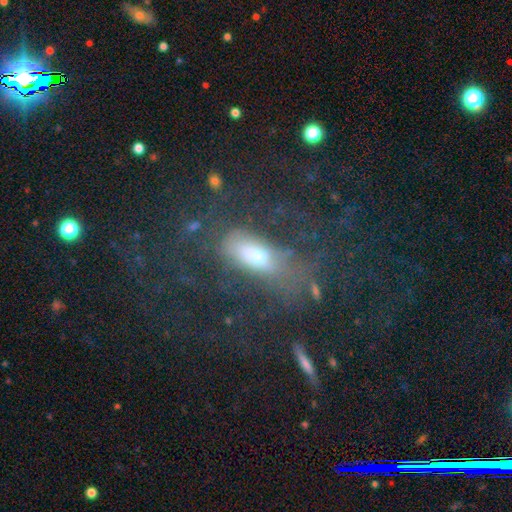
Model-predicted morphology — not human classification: Q: Smooth or featured?
A: featured or disk (46%); runner-up: smooth (34%)
Q: Merging?
A: none (52%); runner-up: major disturbance (27%)